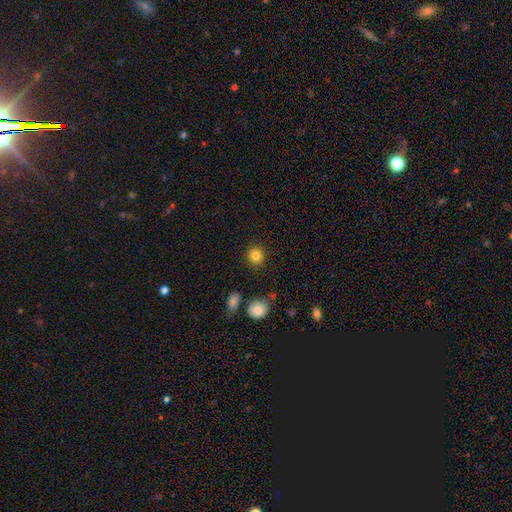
A smooth galaxy with no disk features (92%) that is round (94%). Merging: none (83%).